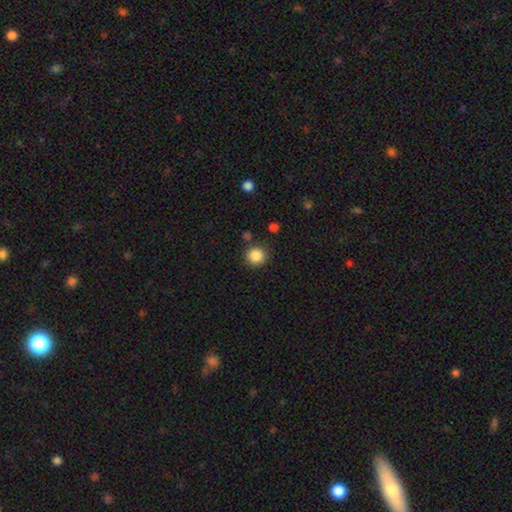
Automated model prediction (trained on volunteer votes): Smooth or featured? smooth (86%)
How rounded? round (93%)
Merging? none (85%)